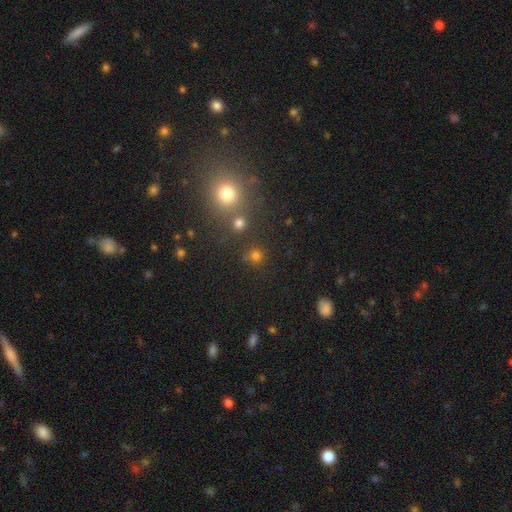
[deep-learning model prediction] The model was most divided on "smooth or featured": smooth: 71%, star or artifact: 24%, featured or disk: 6%. More confident: how rounded — round (91%); merging — none (79%).